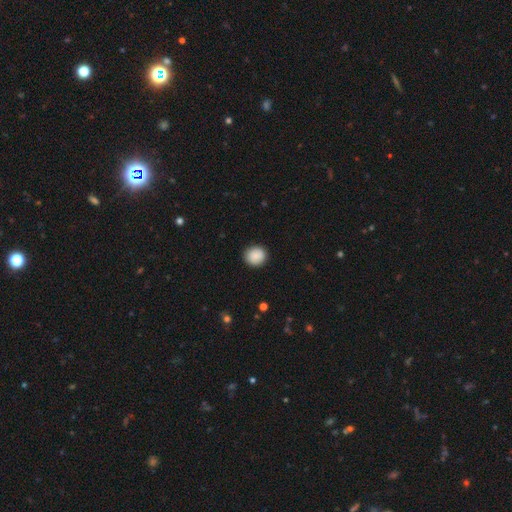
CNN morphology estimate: Overall: smooth (88%). How rounded: round (86%). Merging: none (90%).